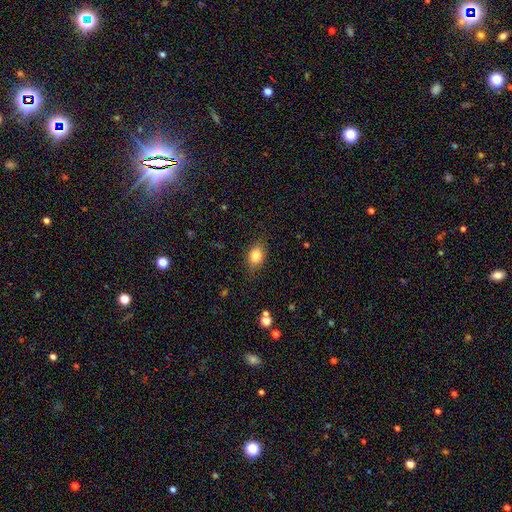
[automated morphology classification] Overall: smooth (80%). How rounded: in between (73%). Merging: none (80%).